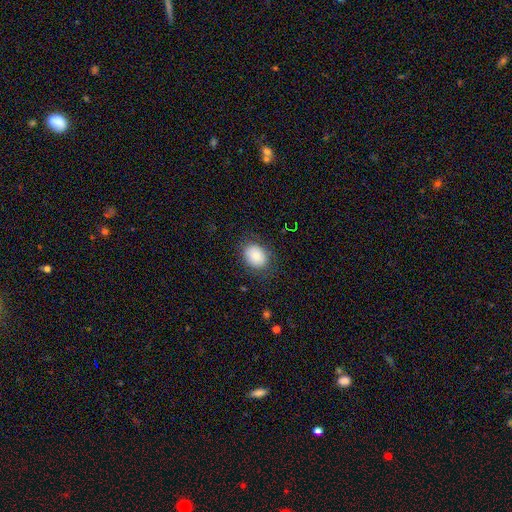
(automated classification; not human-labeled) The model was most divided on "how rounded": in between: 62%, round: 37%, cigar-shaped: 1%. More confident: smooth or featured — smooth (85%); merging — none (80%).